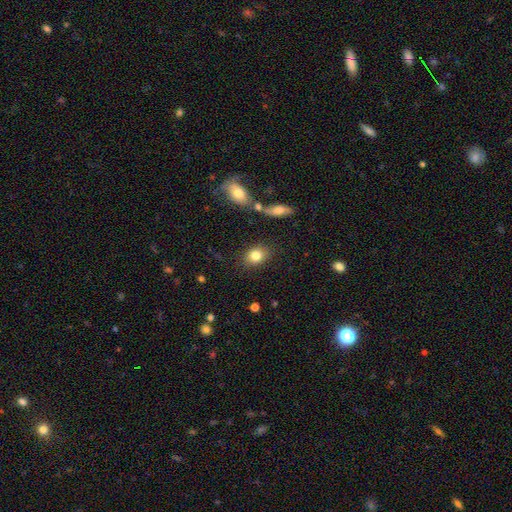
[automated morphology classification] type=smooth (82%); roundness=in between (62%); merging=none (82%).